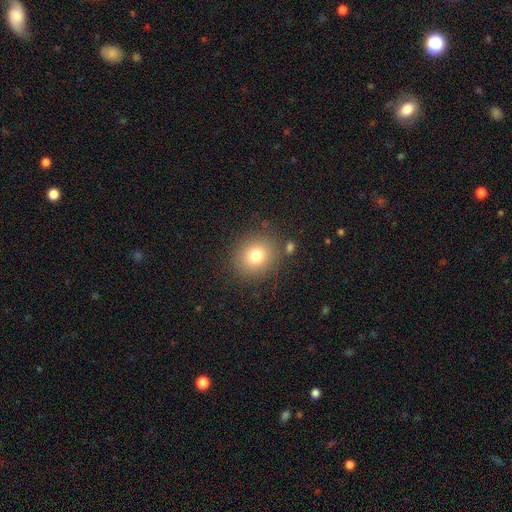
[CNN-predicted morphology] Smooth or featured? smooth (77%)
How rounded? round (77%)
Merging? none (84%)